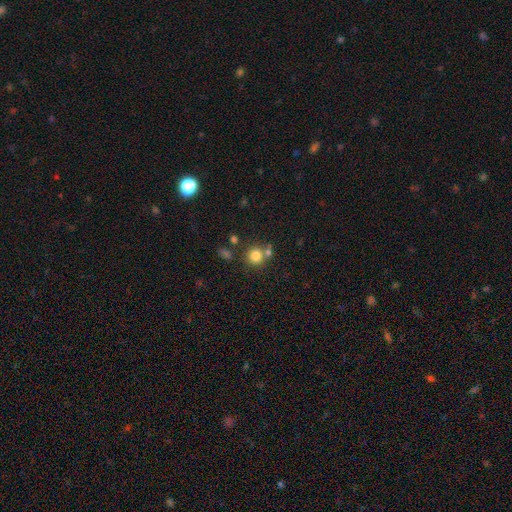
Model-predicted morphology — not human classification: Smooth or featured?
  - smooth: 81% *
  - star or artifact: 12%
  - featured or disk: 7%
How rounded?
  - round: 89% *
  - in between: 10%
  - cigar-shaped: 1%
Merging?
  - none: 66% *
  - merger: 21%
  - minor disturbance: 10%
  - major disturbance: 4%